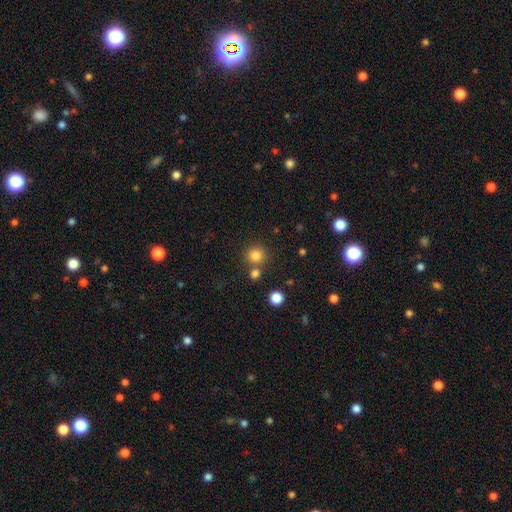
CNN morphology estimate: Overall: smooth (81%). How rounded: round (89%). Merging: none (72%).